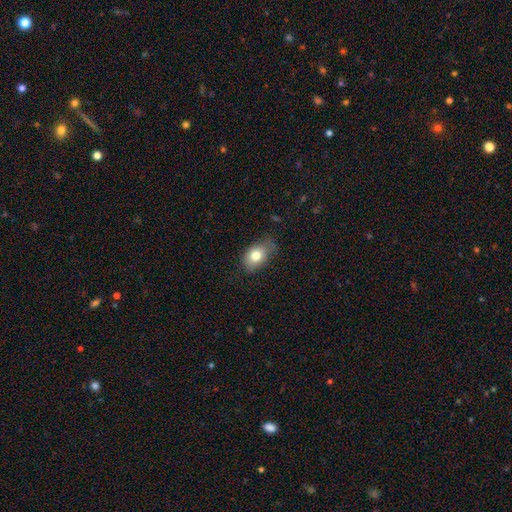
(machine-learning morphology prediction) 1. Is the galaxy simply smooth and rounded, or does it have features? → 78% smooth, 13% featured or disk, 9% star or artifact.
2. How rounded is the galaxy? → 80% in between, 19% round, 1% cigar-shaped.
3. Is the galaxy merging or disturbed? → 57% none, 32% minor disturbance, 9% major disturbance, 2% merger.